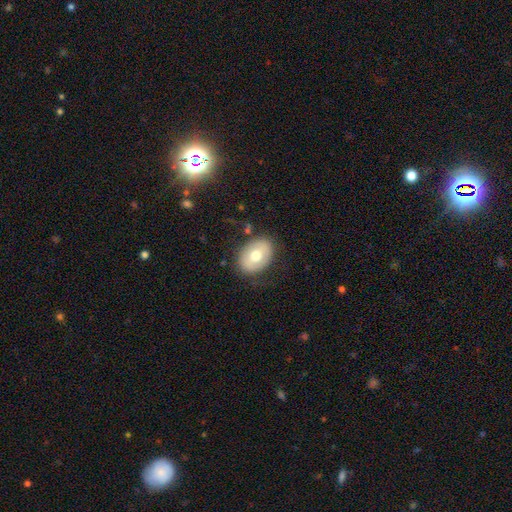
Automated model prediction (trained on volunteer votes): Q: Smooth or featured?
A: smooth (63%); runner-up: featured or disk (30%)
Q: How rounded?
A: in between (72%); runner-up: round (27%)
Q: Merging?
A: none (81%); runner-up: minor disturbance (13%)